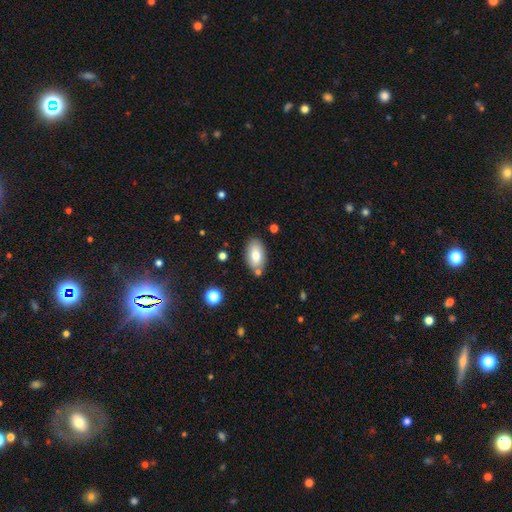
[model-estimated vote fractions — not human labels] Q: Smooth or featured?
A: smooth (74%); runner-up: featured or disk (19%)
Q: How rounded?
A: in between (92%); runner-up: round (6%)
Q: Merging?
A: none (77%); runner-up: minor disturbance (13%)